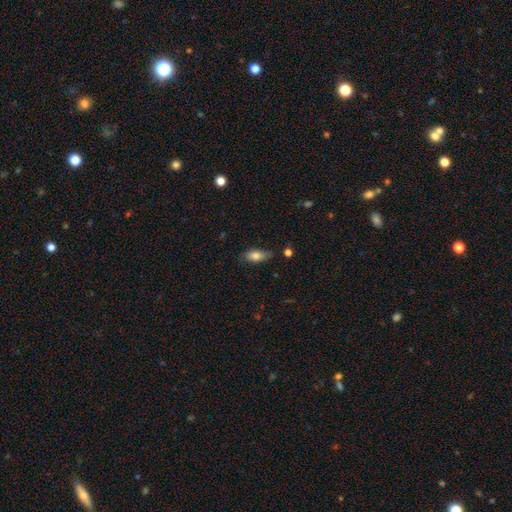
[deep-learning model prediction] This appears to be a smooth galaxy with no disk features (76%) that is in between round and cigar-shaped (79%). Merging: none (71%).